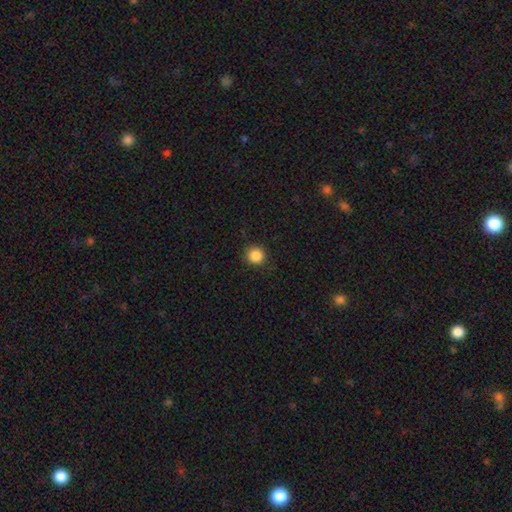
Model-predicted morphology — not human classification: A smooth galaxy with no disk features (87%) that is round (93%).

Vote fractions:
- Smooth or featured? smooth: 87% / star or artifact: 10% / featured or disk: 3%
- How rounded? round: 93% / in between: 6% / cigar-shaped: 1%
- Merging? none: 89% / minor disturbance: 8% / major disturbance: 2% / merger: 1%